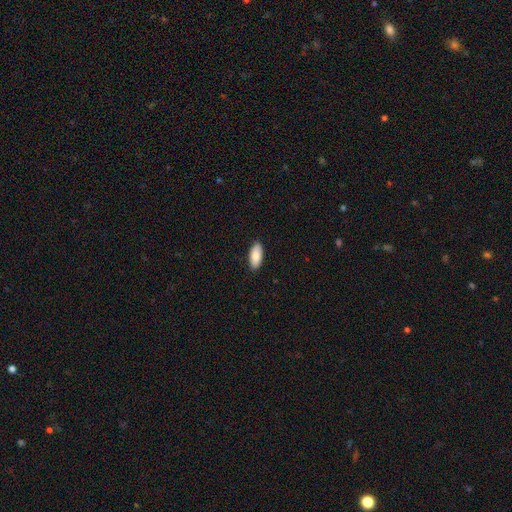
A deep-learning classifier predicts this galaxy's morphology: smooth 85%, featured or disk 9%, star or artifact 6%. Down the decision tree: how rounded — in between (87%); merging — none (90%).